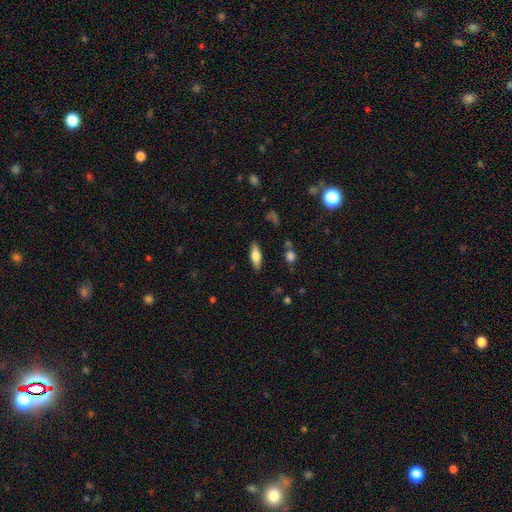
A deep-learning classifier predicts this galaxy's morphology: This is likely a smooth galaxy (70%). How rounded: likely in between (65%). Merging: clearly none (85%).